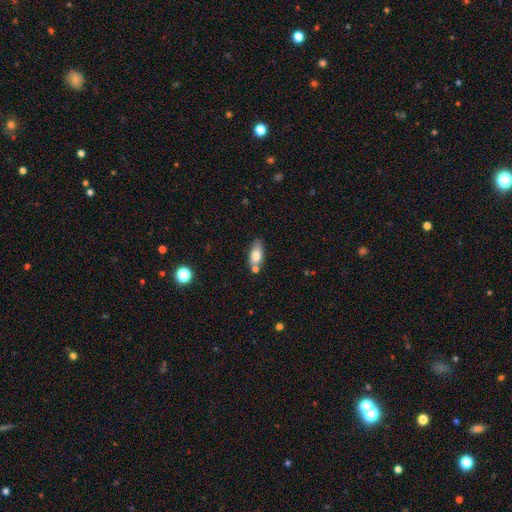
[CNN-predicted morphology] A smooth galaxy with no disk features (74%) that is in between round and cigar-shaped (84%).

Vote fractions:
- Smooth or featured? smooth: 74% / featured or disk: 18% / star or artifact: 8%
- How rounded? in between: 84% / cigar-shaped: 13% / round: 4%
- Merging? none: 64% / merger: 17% / minor disturbance: 16% / major disturbance: 4%